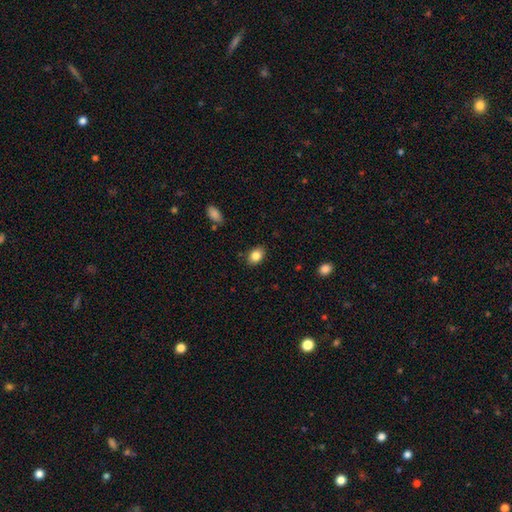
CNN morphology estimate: Smooth or featured: smooth — 84% (star or artifact — 9%)
How rounded: in between — 78% (round — 21%)
Merging: none — 84% (minor disturbance — 12%)